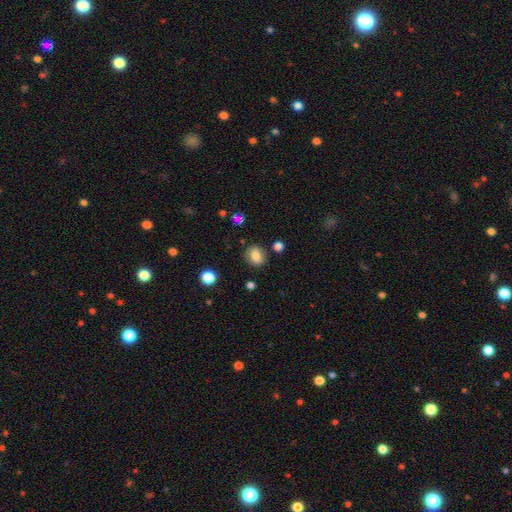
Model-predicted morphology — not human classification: smooth 81%, star or artifact 10%, featured or disk 9%. Down the decision tree: how rounded — round (63%); merging — none (83%).